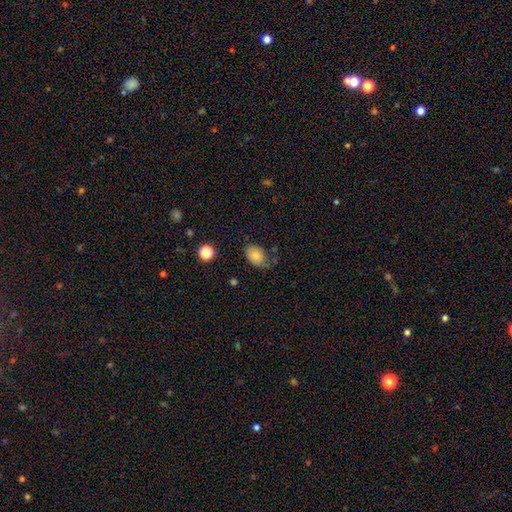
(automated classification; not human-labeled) Smooth or featured: smooth — 77% (featured or disk — 15%)
How rounded: in between — 79% (round — 20%)
Merging: none — 55% (minor disturbance — 30%)